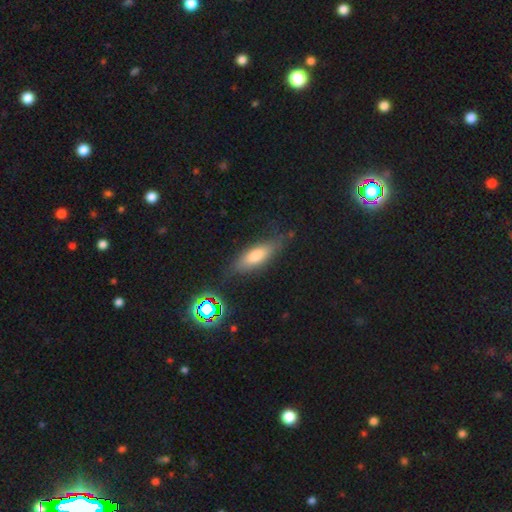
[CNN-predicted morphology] Smooth or featured? Predicted: smooth (p=0.68). How rounded? Predicted: in between (p=0.61). Merging? Predicted: none (p=0.73).